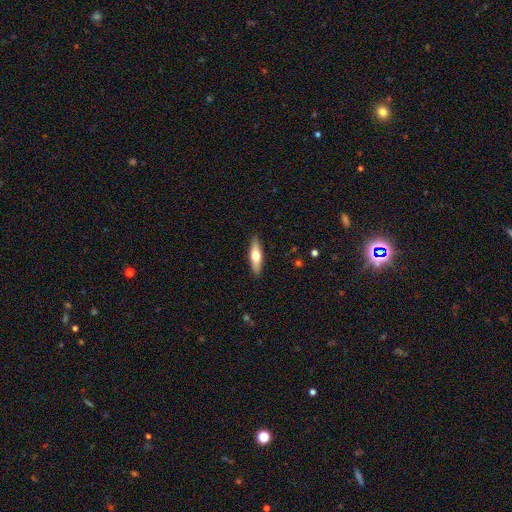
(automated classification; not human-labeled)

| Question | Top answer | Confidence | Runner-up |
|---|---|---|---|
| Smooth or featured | smooth | 56% | featured or disk (38%) |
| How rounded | cigar-shaped | 59% | in between (39%) |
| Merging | none | 89% | minor disturbance (8%) |